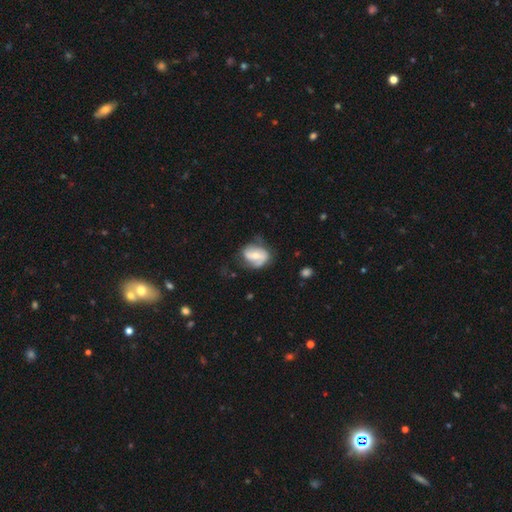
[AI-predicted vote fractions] Smooth or featured? Predicted: featured or disk (p=0.66). Edge-on disk? Predicted: no (p=0.97). Bar? Predicted: weak (p=0.41). Spiral arms? Predicted: yes (p=0.84). Spiral winding? Predicted: medium (p=0.41). Spiral arm count? Predicted: 2 (p=0.75). Bulge size? Predicted: moderate (p=0.53). Merging? Predicted: none (p=0.56).